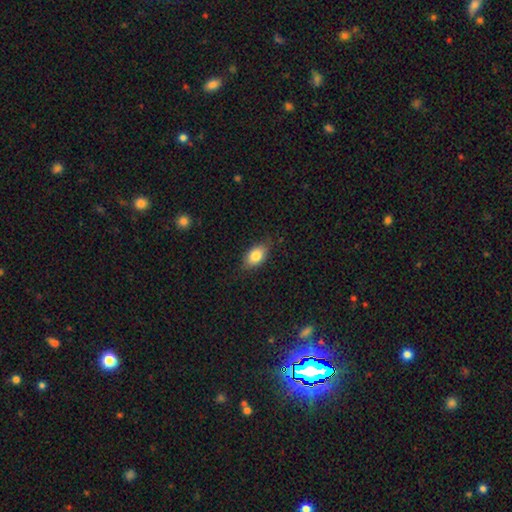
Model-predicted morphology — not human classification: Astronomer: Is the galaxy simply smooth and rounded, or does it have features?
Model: smooth — 82%.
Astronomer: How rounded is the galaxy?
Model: in between — 86%.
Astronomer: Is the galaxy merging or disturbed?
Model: none — 78%.